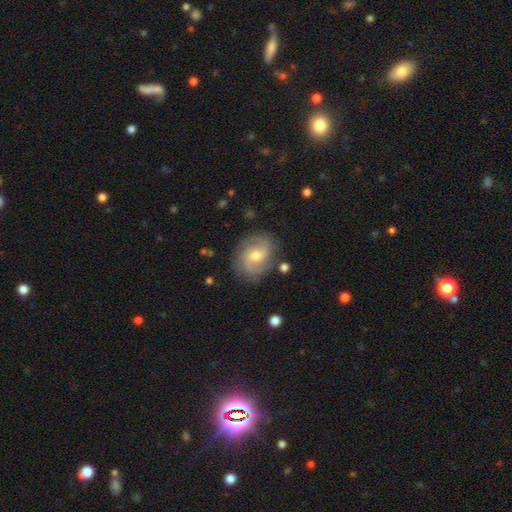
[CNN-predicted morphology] This appears to be a featured or disk galaxy (75%) with no bar (56%), 2 (62%) medium (47%) spiral arms (93%) and a moderate central bulge (57%). Merging: none (79%).